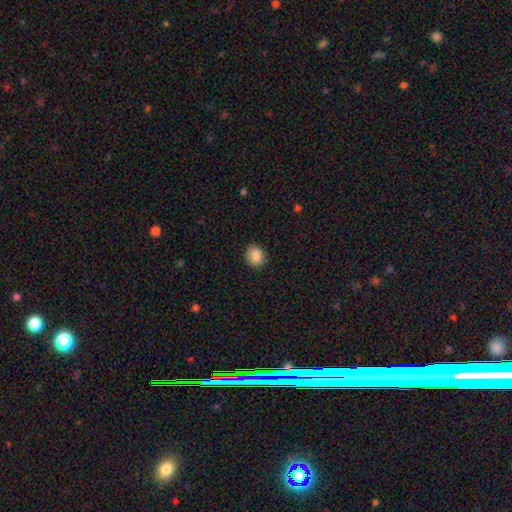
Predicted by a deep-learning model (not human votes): Smooth or featured: smooth — 88% (star or artifact — 8%)
How rounded: round — 73% (in between — 26%)
Merging: none — 89% (minor disturbance — 8%)